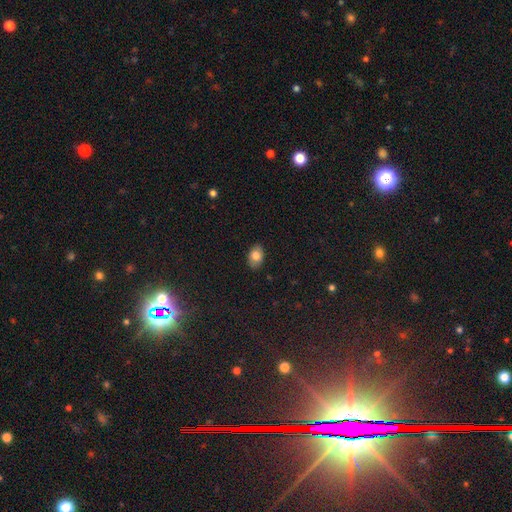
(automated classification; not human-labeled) Morphology: type=smooth (80%); roundness=in between (86%); merging=none (87%).